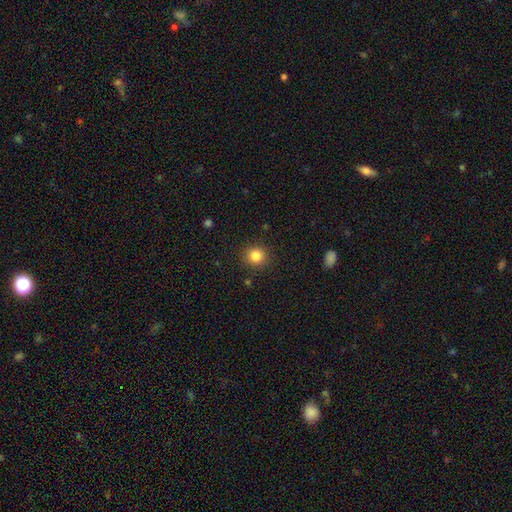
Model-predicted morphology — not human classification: type=smooth (84%); roundness=round (90%); merging=none (90%).